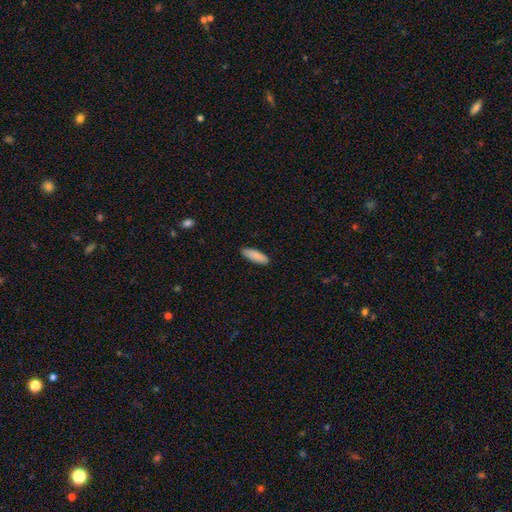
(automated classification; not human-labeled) Smooth or featured? smooth (88%)
How rounded? in between (51%)
Merging? none (90%)